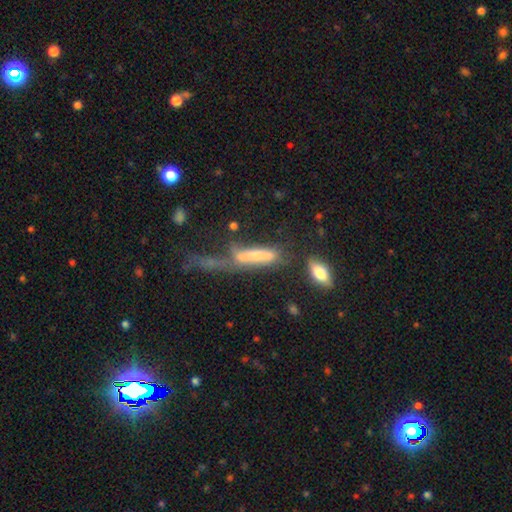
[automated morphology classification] Smooth or featured? Predicted: smooth (p=0.50). How rounded? Predicted: cigar-shaped (p=0.70). Merging? Predicted: major disturbance (p=0.35).